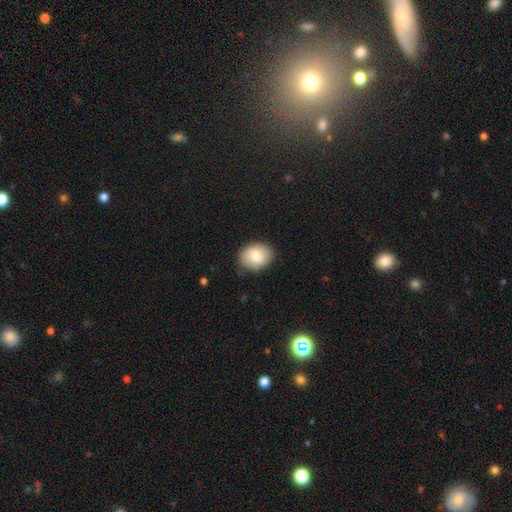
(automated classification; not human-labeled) smooth 81%, featured or disk 12%, star or artifact 7%. Down the decision tree: how rounded — in between (57%); merging — none (81%).